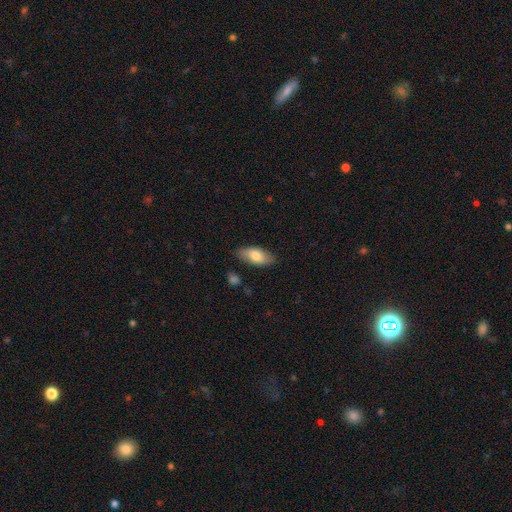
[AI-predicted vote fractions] This is likely a smooth galaxy (75%). How rounded: clearly in between (88%). Merging: clearly none (81%).